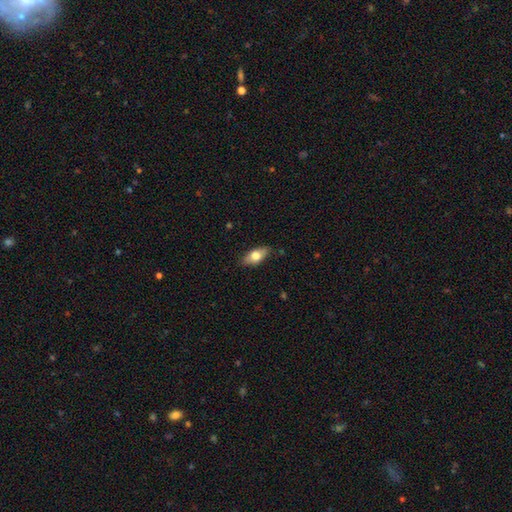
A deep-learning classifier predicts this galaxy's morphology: Smooth or featured? Predicted: smooth (p=0.68). How rounded? Predicted: in between (p=0.84). Merging? Predicted: none (p=0.83).